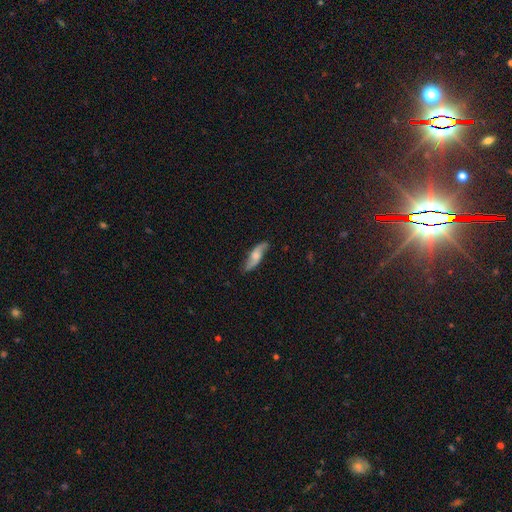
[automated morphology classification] Smooth or featured: featured or disk — 58% (smooth — 36%)
Edge-on disk: no — 75% (yes — 25%)
Merging: none — 80% (minor disturbance — 15%)